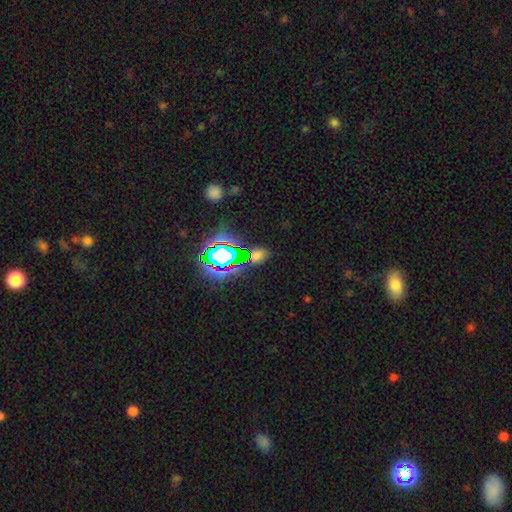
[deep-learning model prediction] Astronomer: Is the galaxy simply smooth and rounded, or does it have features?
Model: star or artifact — 48% (runner-up: smooth, 42%).